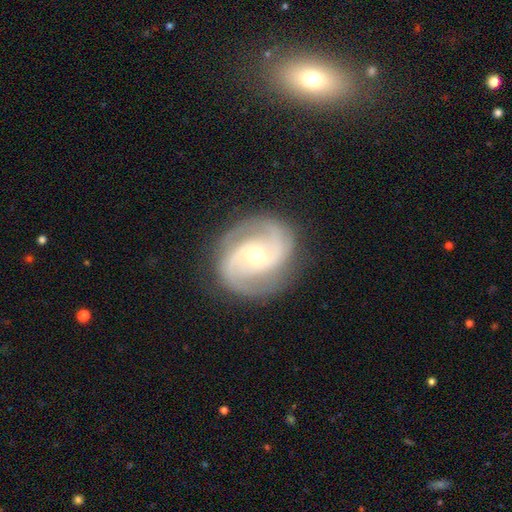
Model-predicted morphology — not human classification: Smooth or featured?
  - featured or disk: 89% *
  - smooth: 6%
  - star or artifact: 5%
Edge-on disk?
  - no: 98% *
  - yes: 2%
Bar?
  - no: 51% *
  - weak: 36%
  - strong: 13%
Spiral arms?
  - yes: 97% *
  - no: 3%
Spiral winding?
  - medium: 50% *
  - tight: 37%
  - loose: 13%
Spiral arm count?
  - 2: 84% *
  - 3: 7%
  - can't tell: 4%
  - 1: 2%
  - 4: 2%
  - more than 4: 2%
Bulge size?
  - moderate: 53% *
  - small: 43%
  - large: 3%
  - dominant: 1%
  - none: 1%
Merging?
  - none: 83% *
  - minor disturbance: 12%
  - major disturbance: 5%
  - merger: 1%